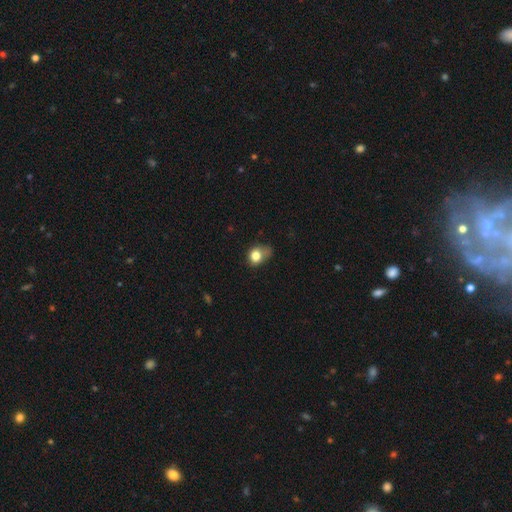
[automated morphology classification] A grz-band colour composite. It shows a smooth galaxy with no disk features (78%) that is round (54%). Merging: minor disturbance (37%, tied with none).